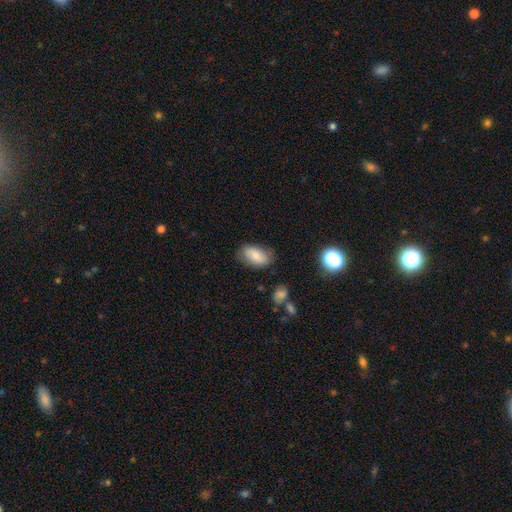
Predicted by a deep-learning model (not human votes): Smooth or featured?
  - smooth: 76% *
  - featured or disk: 17%
  - star or artifact: 8%
How rounded?
  - in between: 92% *
  - round: 6%
  - cigar-shaped: 2%
Merging?
  - none: 74% *
  - minor disturbance: 20%
  - major disturbance: 5%
  - merger: 2%